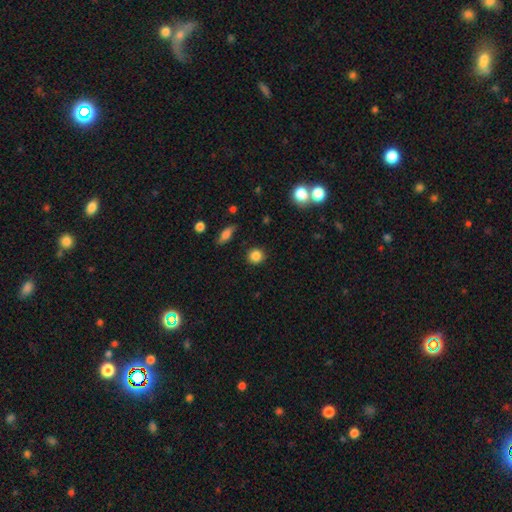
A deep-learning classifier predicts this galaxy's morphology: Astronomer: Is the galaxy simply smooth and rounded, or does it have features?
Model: smooth — 85%.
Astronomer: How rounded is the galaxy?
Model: round — 91%.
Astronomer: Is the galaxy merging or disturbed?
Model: none — 89%.